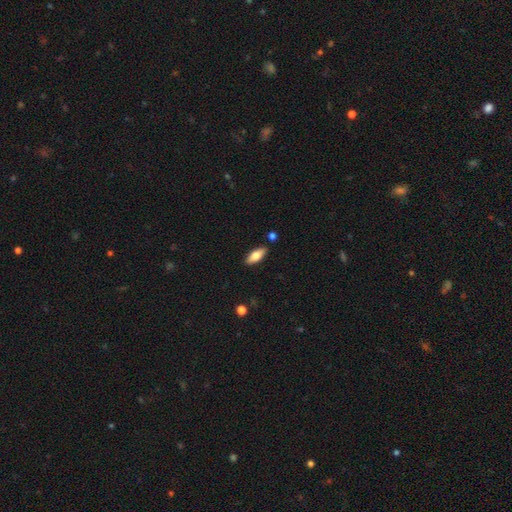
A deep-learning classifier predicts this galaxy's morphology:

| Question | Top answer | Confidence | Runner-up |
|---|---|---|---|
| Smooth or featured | smooth | 70% | featured or disk (24%) |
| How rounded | in between | 73% | cigar-shaped (24%) |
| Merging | none | 86% | minor disturbance (9%) |